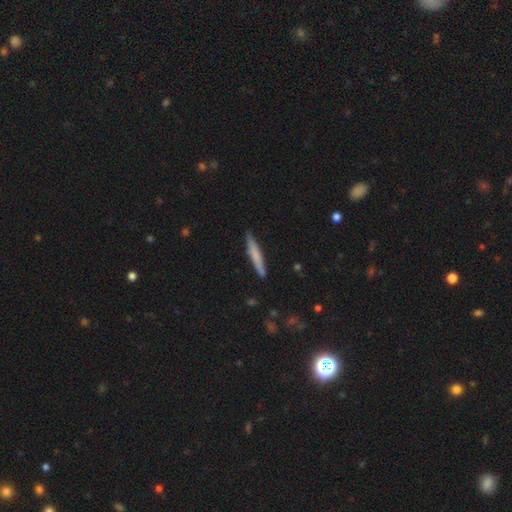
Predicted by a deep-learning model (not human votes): This is likely a smooth galaxy (61%). How rounded: clearly cigar-shaped (95%). Merging: clearly none (88%).